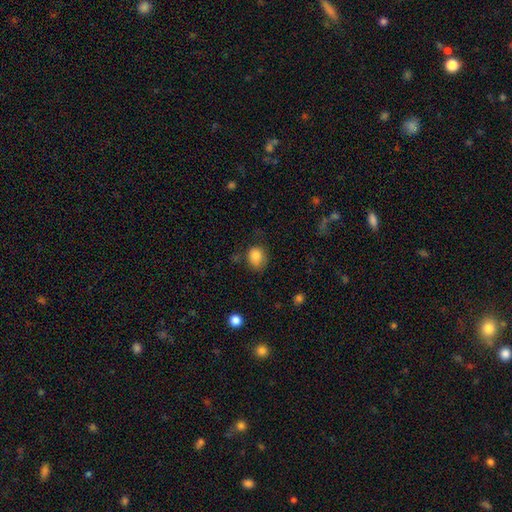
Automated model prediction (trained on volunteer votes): smooth 85%, star or artifact 9%, featured or disk 6%. Down the decision tree: how rounded — round (60%); merging — none (60%).